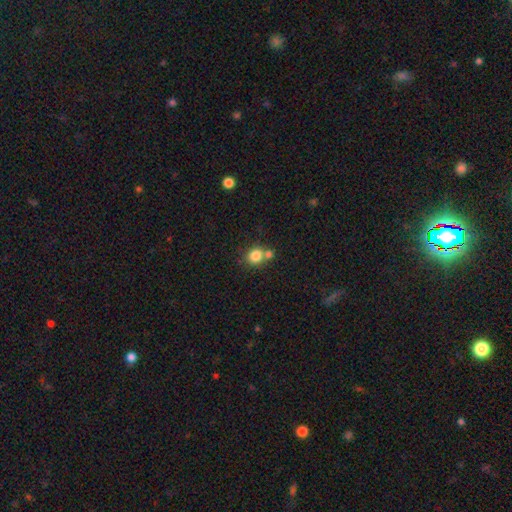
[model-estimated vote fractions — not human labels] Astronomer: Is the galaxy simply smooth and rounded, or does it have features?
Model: smooth — 82%.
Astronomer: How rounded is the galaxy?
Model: round — 80%.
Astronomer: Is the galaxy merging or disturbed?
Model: none — 55% (runner-up: merger, 33%).